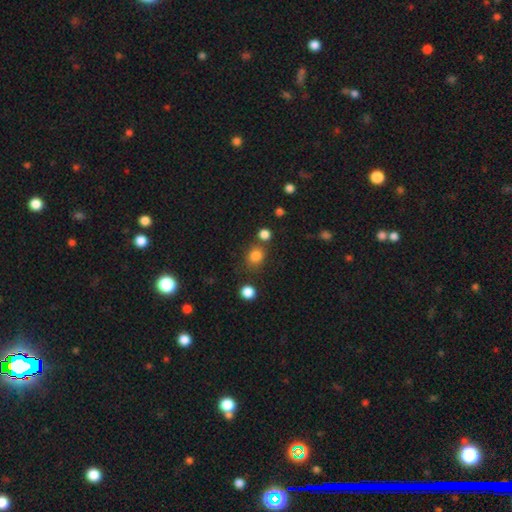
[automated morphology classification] This is clearly a smooth galaxy (82%). How rounded: likely round (69%). Merging: likely none (71%).